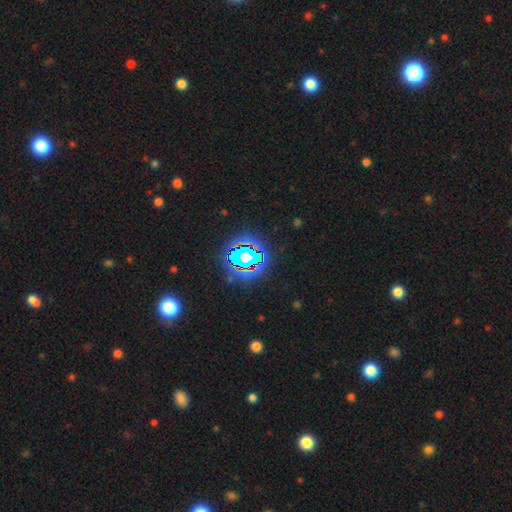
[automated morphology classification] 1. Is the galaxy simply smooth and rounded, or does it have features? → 82% star or artifact, 11% smooth, 7% featured or disk.